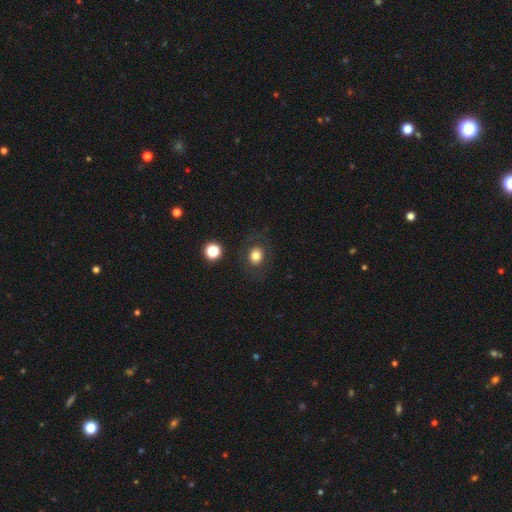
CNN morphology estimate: smooth-or-featured: smooth: 78% | star or artifact: 11% | featured or disk: 10%
  how-rounded: round: 65% | in between: 34% | cigar-shaped: 1%
  merging: none: 83% | minor disturbance: 9% | major disturbance: 5% | merger: 2%